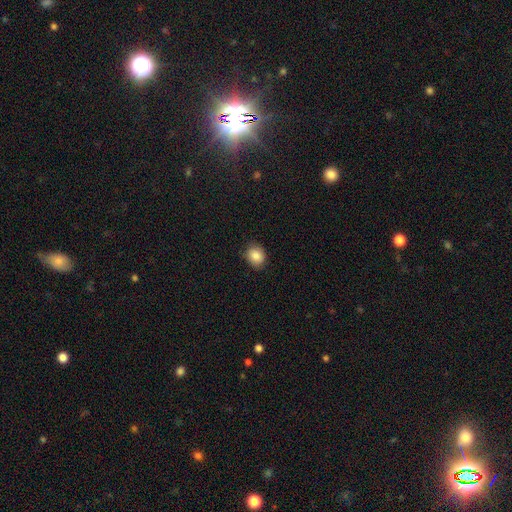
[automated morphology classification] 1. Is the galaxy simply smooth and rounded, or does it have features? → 85% smooth, 9% star or artifact, 6% featured or disk.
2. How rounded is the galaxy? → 58% round, 41% in between, 1% cigar-shaped.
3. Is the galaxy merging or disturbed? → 85% none, 12% minor disturbance, 2% major disturbance, 1% merger.